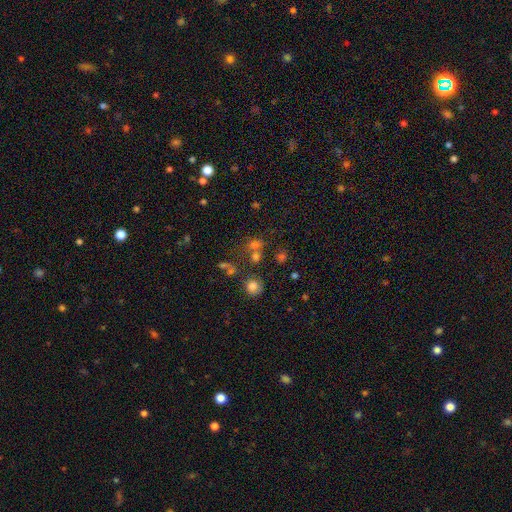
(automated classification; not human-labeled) This appears to be a smooth galaxy with no disk features (59%) that is round (77%). Merging: none (53%).